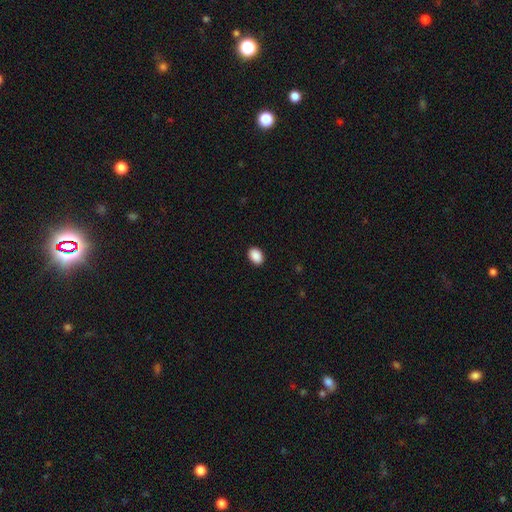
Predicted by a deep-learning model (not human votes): Overall: smooth (90%). How rounded: in between (82%). Merging: none (90%).